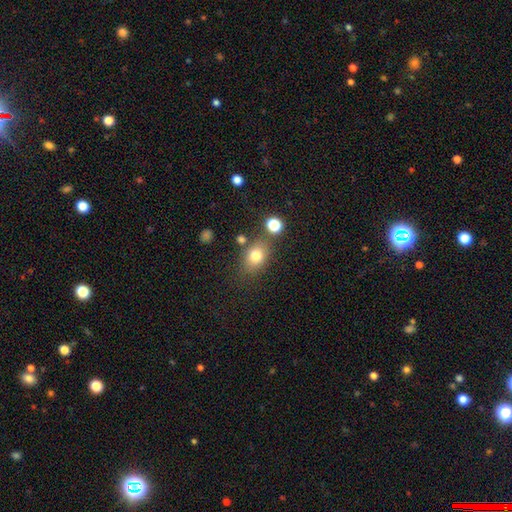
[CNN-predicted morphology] This appears to be a smooth galaxy with no disk features (77%) that is in between round and cigar-shaped (65%). Merging: none (72%).